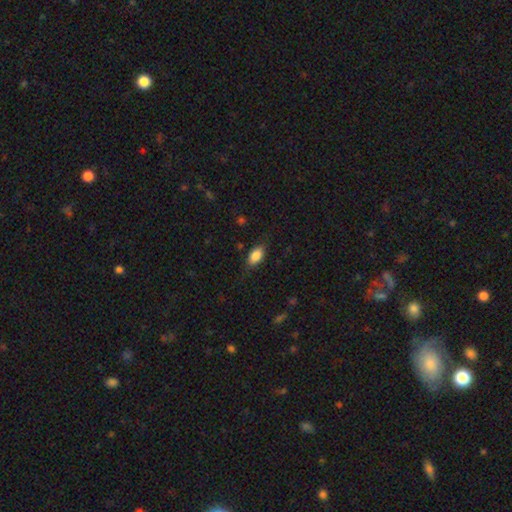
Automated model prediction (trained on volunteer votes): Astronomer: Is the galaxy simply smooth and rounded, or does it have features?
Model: smooth — 84%.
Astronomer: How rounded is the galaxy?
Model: in between — 88%.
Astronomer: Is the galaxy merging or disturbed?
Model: none — 76%.